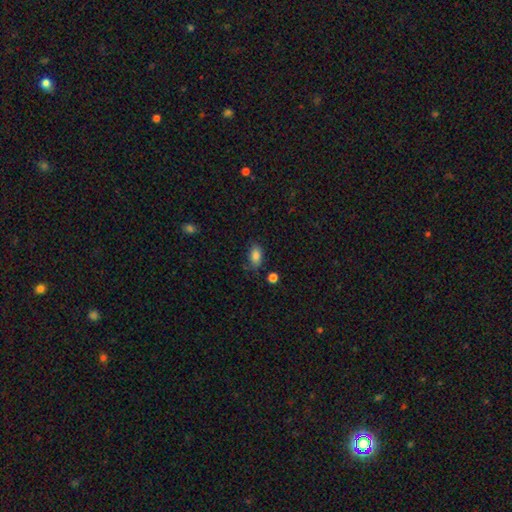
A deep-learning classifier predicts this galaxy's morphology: A smooth galaxy with no disk features (85%) that is in between round and cigar-shaped (89%). Merging: none (74%).